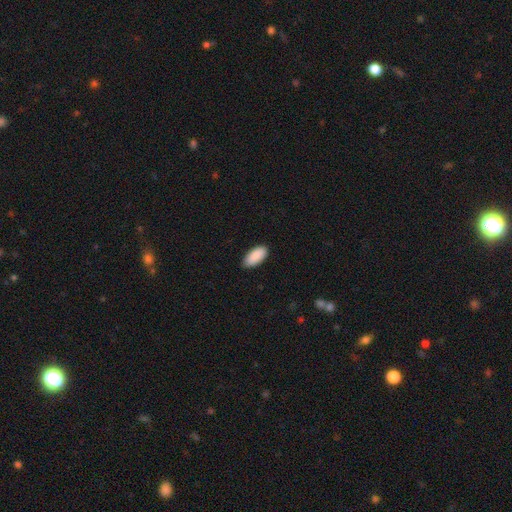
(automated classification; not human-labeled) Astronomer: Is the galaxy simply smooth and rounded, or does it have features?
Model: smooth — 91%.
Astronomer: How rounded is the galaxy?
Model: in between — 93%.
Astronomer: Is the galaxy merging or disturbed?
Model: none — 87%.